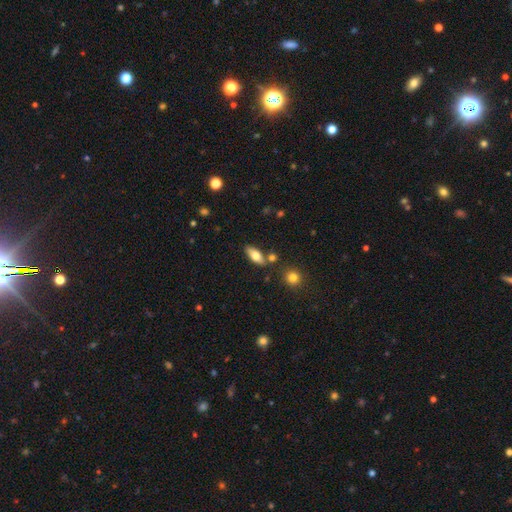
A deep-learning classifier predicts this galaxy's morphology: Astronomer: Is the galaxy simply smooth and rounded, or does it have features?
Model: smooth — 72%.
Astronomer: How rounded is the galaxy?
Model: in between — 82%.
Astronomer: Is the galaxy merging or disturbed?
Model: none — 77%.